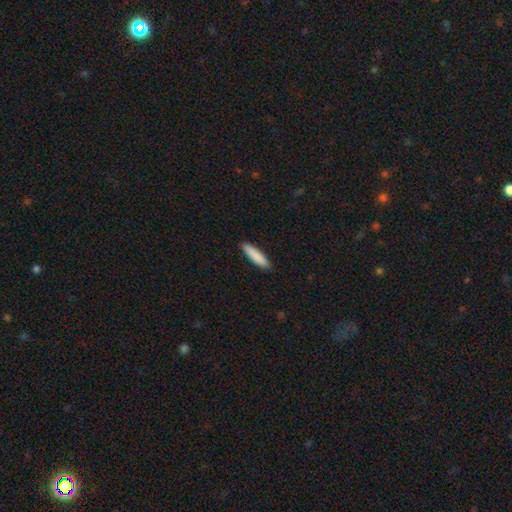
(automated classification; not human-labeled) The model was most divided on "how rounded": cigar-shaped: 79%, in between: 20%, round: 1%. More confident: merging — none (90%); smooth or featured — smooth (87%).